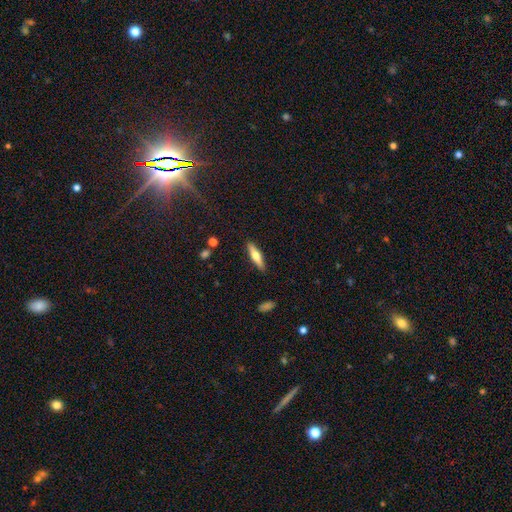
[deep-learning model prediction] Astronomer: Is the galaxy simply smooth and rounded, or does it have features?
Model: smooth — 51% (runner-up: featured or disk, 43%).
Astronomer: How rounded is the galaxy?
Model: cigar-shaped — 75%.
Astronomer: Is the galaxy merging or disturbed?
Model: none — 88%.